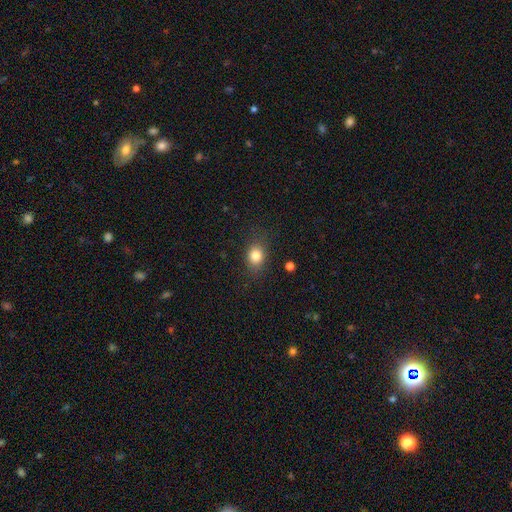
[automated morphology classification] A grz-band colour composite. It shows a smooth galaxy with no disk features (82%) that is round (50%). Merging: none (81%).